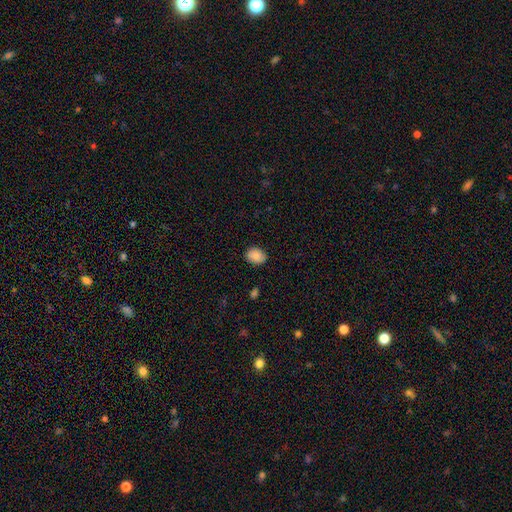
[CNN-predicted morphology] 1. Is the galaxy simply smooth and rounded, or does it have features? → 88% smooth, 7% star or artifact, 5% featured or disk.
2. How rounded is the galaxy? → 59% in between, 40% round, 1% cigar-shaped.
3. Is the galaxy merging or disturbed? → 86% none, 11% minor disturbance, 2% major disturbance, 1% merger.